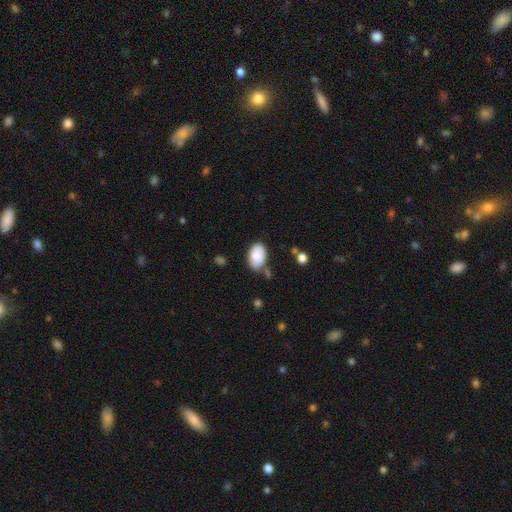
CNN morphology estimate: smooth_or_featured: smooth (p=0.84) [alt: featured or disk p=0.09]
how_rounded: in between (p=0.89) [alt: round p=0.10]
merging: none (p=0.69) [alt: minor disturbance p=0.19]